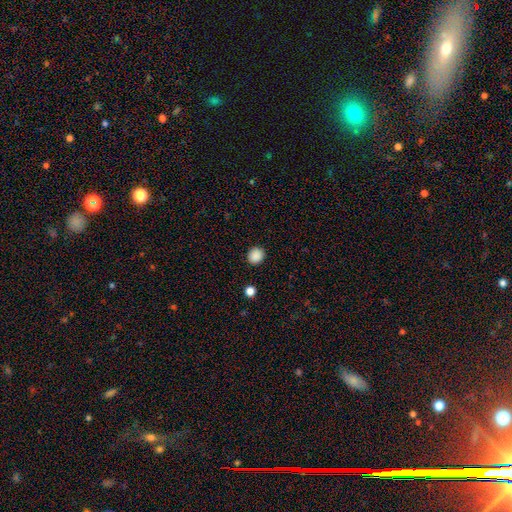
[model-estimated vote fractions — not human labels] Smooth or featured: smooth — 88% (star or artifact — 10%)
How rounded: round — 82% (in between — 17%)
Merging: none — 90% (minor disturbance — 6%)